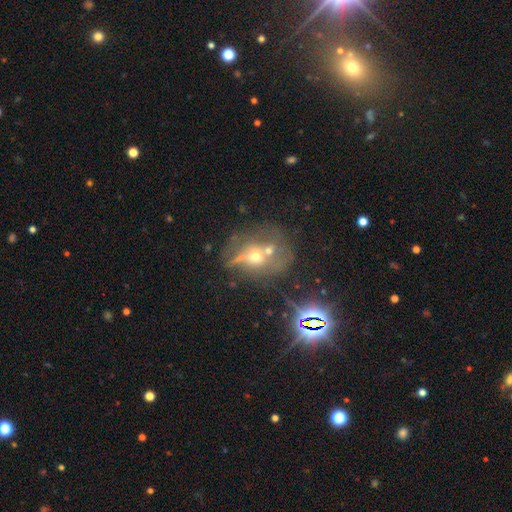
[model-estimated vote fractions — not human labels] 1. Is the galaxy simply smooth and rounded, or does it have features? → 41% featured or disk, 34% smooth, 25% star or artifact.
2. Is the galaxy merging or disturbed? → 38% merger, 31% none, 16% major disturbance, 14% minor disturbance.